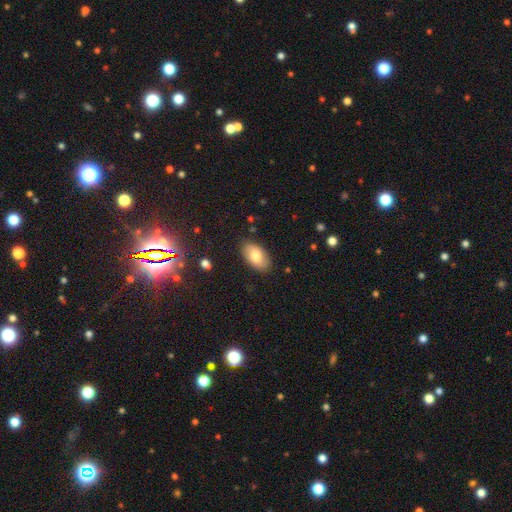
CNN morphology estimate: The model was most divided on "smooth or featured": smooth: 76%, featured or disk: 17%, star or artifact: 7%. More confident: how rounded — in between (94%); merging — none (86%).